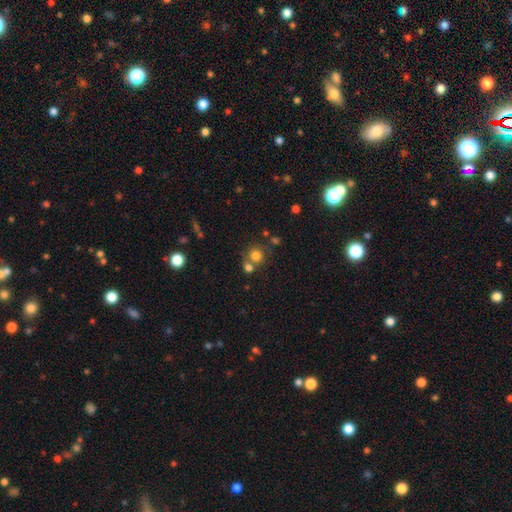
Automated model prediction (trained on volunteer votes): Q: Smooth or featured?
A: smooth (76%); runner-up: star or artifact (14%)
Q: How rounded?
A: round (87%); runner-up: in between (12%)
Q: Merging?
A: none (57%); runner-up: merger (31%)